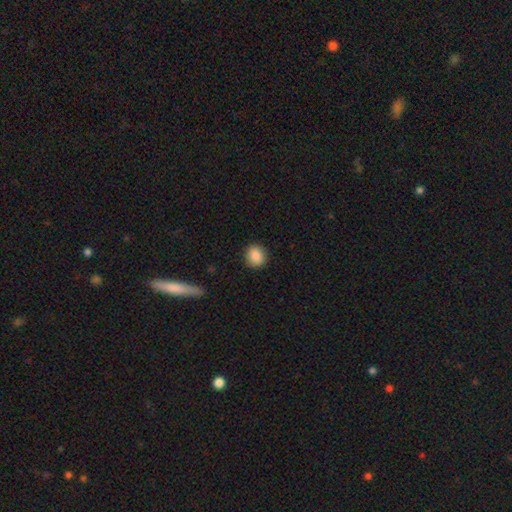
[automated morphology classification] A smooth galaxy with no disk features (87%) that is round (86%).

Vote fractions:
- Smooth or featured? smooth: 87% / star or artifact: 8% / featured or disk: 5%
- How rounded? round: 86% / in between: 13% / cigar-shaped: 1%
- Merging? none: 90% / minor disturbance: 7% / major disturbance: 2% / merger: 1%